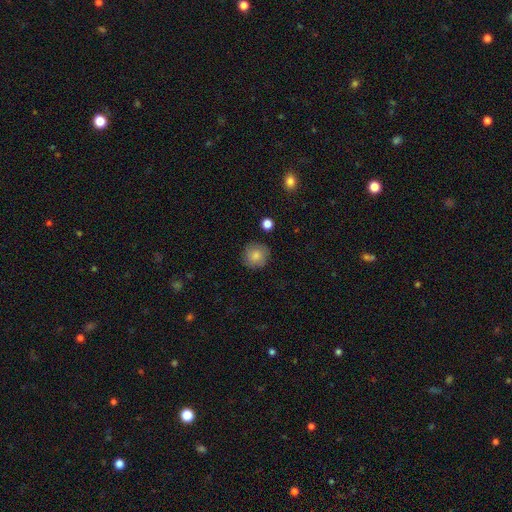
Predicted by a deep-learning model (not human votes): The model was most divided on "smooth or featured": smooth: 80%, featured or disk: 12%, star or artifact: 8%. More confident: how rounded — round (93%); merging — none (85%).